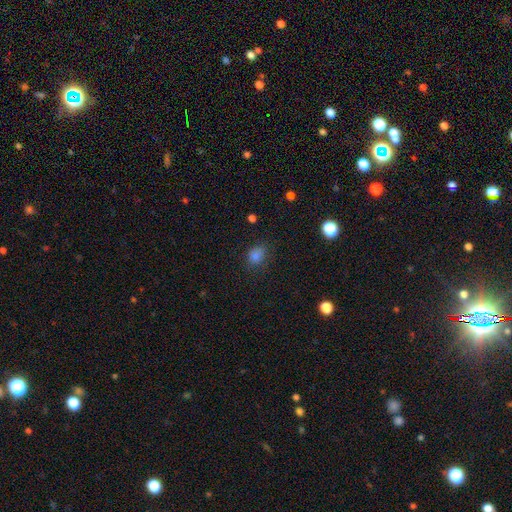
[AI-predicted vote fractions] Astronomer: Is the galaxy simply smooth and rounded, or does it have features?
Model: smooth — 78%.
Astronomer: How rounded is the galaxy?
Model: round — 55% (runner-up: in between, 44%).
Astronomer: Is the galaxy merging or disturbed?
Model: none — 74%.